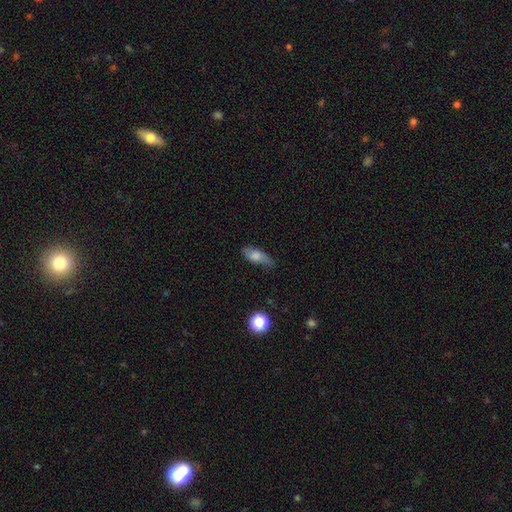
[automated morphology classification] The model was most divided on "merging": none: 63%, minor disturbance: 29%, major disturbance: 6%, merger: 2%. More confident: how rounded — in between (74%); smooth or featured — smooth (68%).